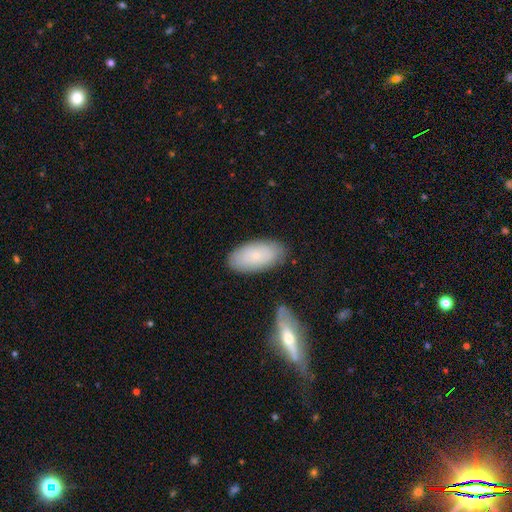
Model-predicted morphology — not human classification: A smooth galaxy with no disk features (72%) that is in between round and cigar-shaped (94%).

Vote fractions:
- Smooth or featured? smooth: 72% / featured or disk: 21% / star or artifact: 7%
- How rounded? in between: 94% / cigar-shaped: 4% / round: 2%
- Merging? none: 80% / minor disturbance: 13% / merger: 4% / major disturbance: 3%